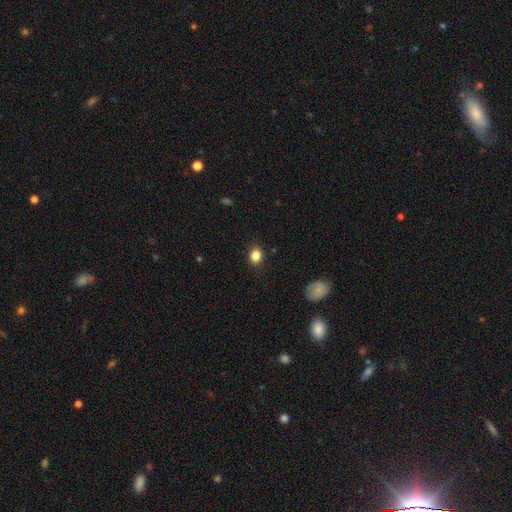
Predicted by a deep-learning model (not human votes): smooth_or_featured: smooth (p=0.85) [alt: star or artifact p=0.10]
how_rounded: in between (p=0.53) [alt: round p=0.45]
merging: none (p=0.86) [alt: minor disturbance p=0.11]